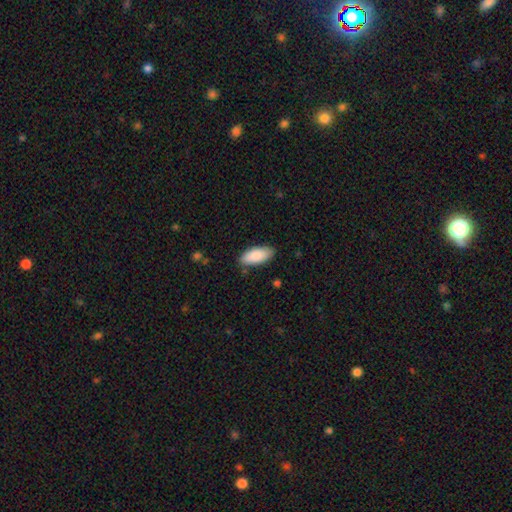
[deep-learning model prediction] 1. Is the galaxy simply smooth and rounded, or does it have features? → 88% smooth, 6% featured or disk, 6% star or artifact.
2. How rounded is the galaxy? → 87% in between, 11% cigar-shaped, 2% round.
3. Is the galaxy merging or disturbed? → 82% none, 14% minor disturbance, 2% major disturbance, 2% merger.